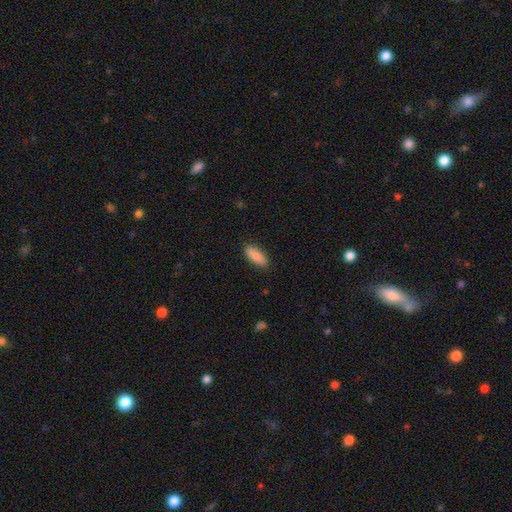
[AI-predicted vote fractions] Smooth or featured? Predicted: smooth (p=0.88). How rounded? Predicted: in between (p=0.76). Merging? Predicted: none (p=0.87).